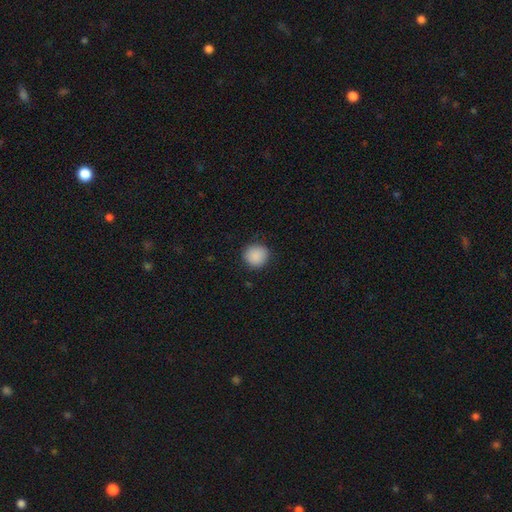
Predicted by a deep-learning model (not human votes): A smooth galaxy with no disk features (90%) that is round (92%).

Vote fractions:
- Smooth or featured? smooth: 90% / star or artifact: 8% / featured or disk: 3%
- How rounded? round: 92% / in between: 7% / cigar-shaped: 1%
- Merging? none: 89% / minor disturbance: 8% / major disturbance: 2% / merger: 1%